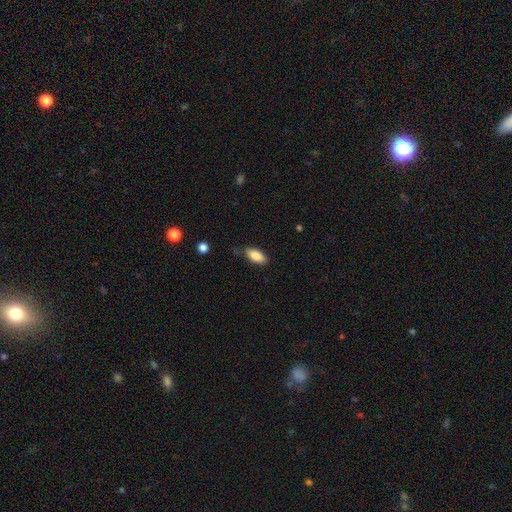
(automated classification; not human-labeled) Smooth or featured? Predicted: smooth (p=0.85). How rounded? Predicted: in between (p=0.89). Merging? Predicted: none (p=0.72).